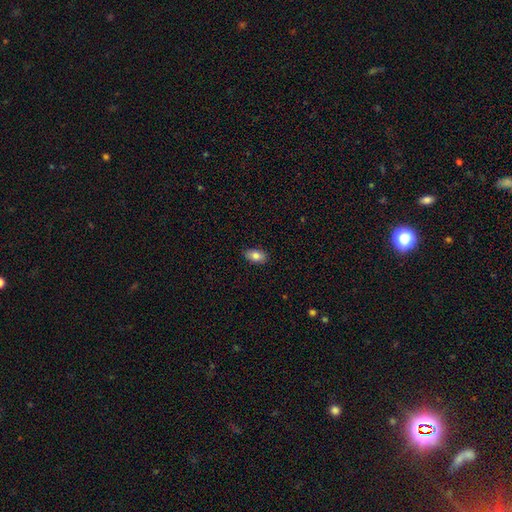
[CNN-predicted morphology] Smooth or featured?
  - smooth: 84% *
  - featured or disk: 9%
  - star or artifact: 7%
How rounded?
  - in between: 92% *
  - round: 5%
  - cigar-shaped: 2%
Merging?
  - none: 88% *
  - minor disturbance: 9%
  - major disturbance: 2%
  - merger: 1%